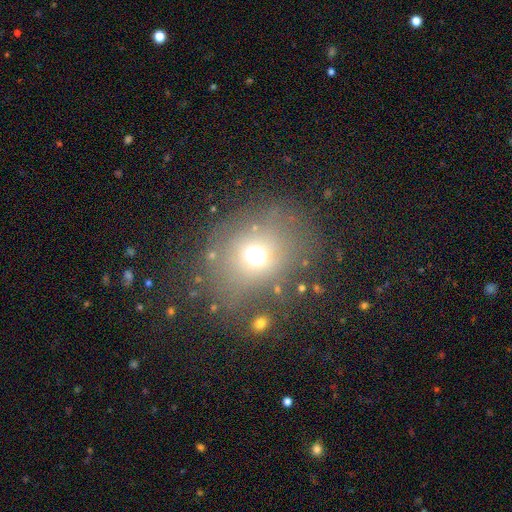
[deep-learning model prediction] Overall: smooth (61%; star or artifact 24%). How rounded: round (63%; in between 35%). Merging: none (69%).